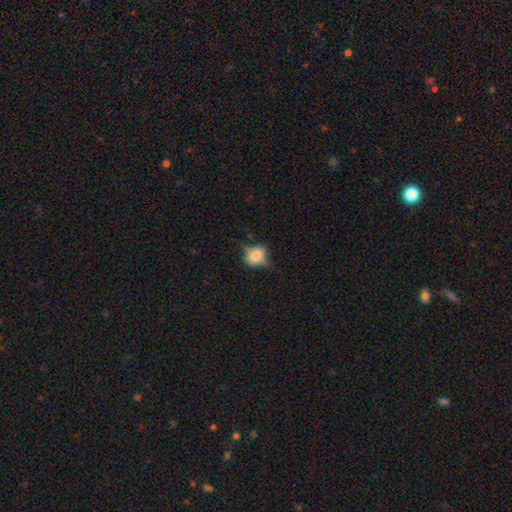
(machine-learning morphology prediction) Smooth or featured? Predicted: smooth (p=0.58). How rounded? Predicted: in between (p=0.49). Merging? Predicted: none (p=0.58).